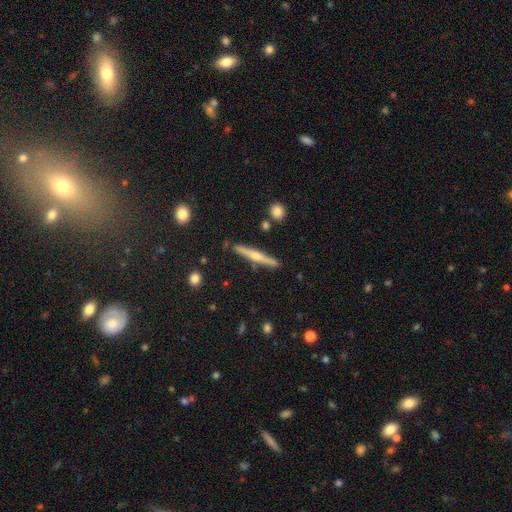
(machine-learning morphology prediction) The model was most divided on "smooth or featured": featured or disk: 67%, smooth: 23%, star or artifact: 10%. More confident: edge-on disk — yes (95%); merging — none (86%); edge-on bulge — rounded (86%).